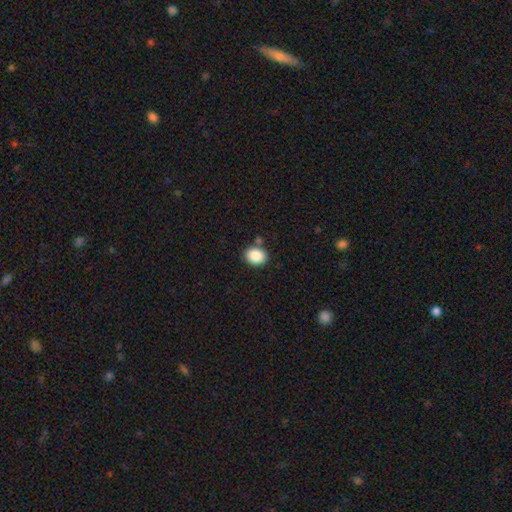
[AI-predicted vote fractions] This appears to be a smooth galaxy with no disk features (88%) that is in between round and cigar-shaped (55%). Merging: none (81%).